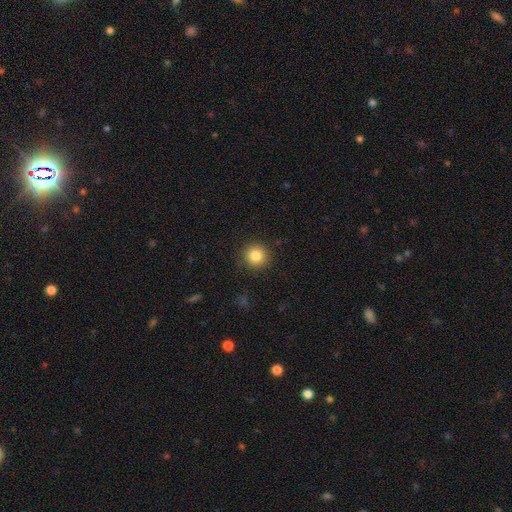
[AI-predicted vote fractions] The model was most divided on "smooth or featured": smooth: 84%, star or artifact: 10%, featured or disk: 6%. More confident: how rounded — round (94%); merging — none (91%).